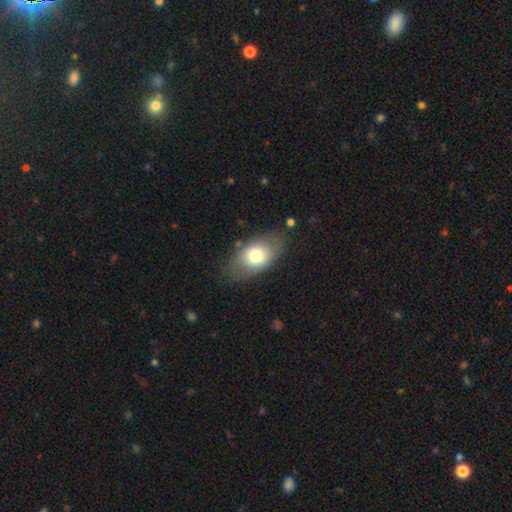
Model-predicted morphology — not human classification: A smooth galaxy with no disk features (73%) that is in between round and cigar-shaped (86%). Merging: none (75%).